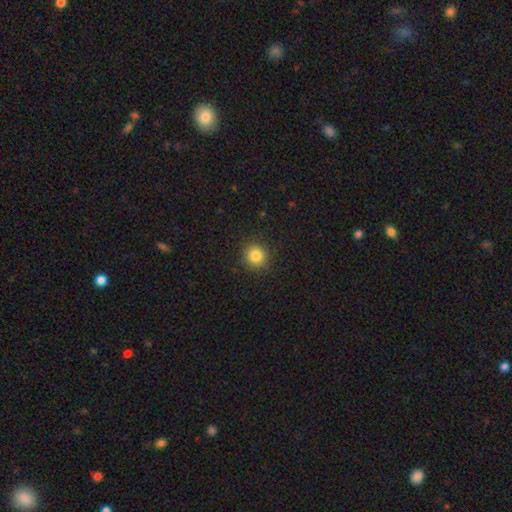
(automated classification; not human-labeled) A smooth galaxy with no disk features (84%) that is round (90%).

Vote fractions:
- Smooth or featured? smooth: 84% / star or artifact: 11% / featured or disk: 5%
- How rounded? round: 90% / in between: 9% / cigar-shaped: 1%
- Merging? none: 90% / minor disturbance: 7% / major disturbance: 2% / merger: 1%